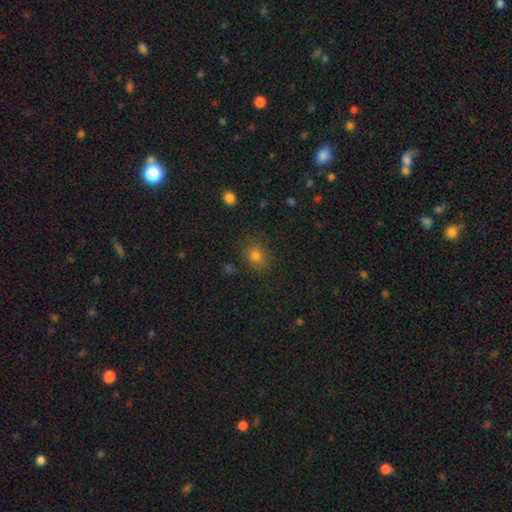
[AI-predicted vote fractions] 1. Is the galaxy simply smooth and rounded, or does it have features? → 76% smooth, 16% star or artifact, 8% featured or disk.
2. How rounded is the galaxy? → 56% round, 43% in between, 1% cigar-shaped.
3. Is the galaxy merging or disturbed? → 83% none, 12% minor disturbance, 3% major disturbance, 2% merger.